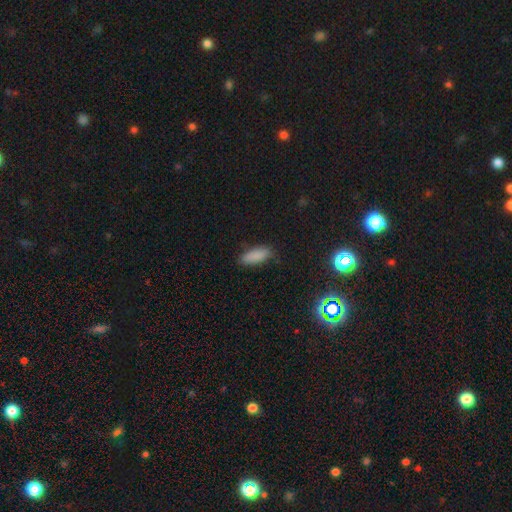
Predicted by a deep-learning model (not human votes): Smooth or featured? Predicted: smooth (p=0.87). How rounded? Predicted: in between (p=0.68). Merging? Predicted: none (p=0.81).